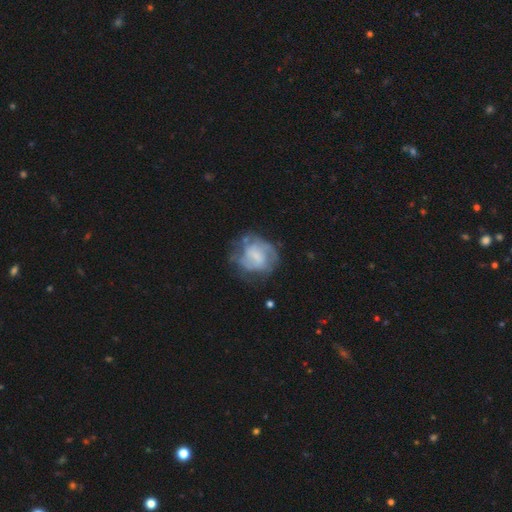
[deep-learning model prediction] This appears to be a featured or disk galaxy (59%) with no bar (51%), spiral arms (57%) and no central bulge (35%, tied with small). Merging: none (48%).